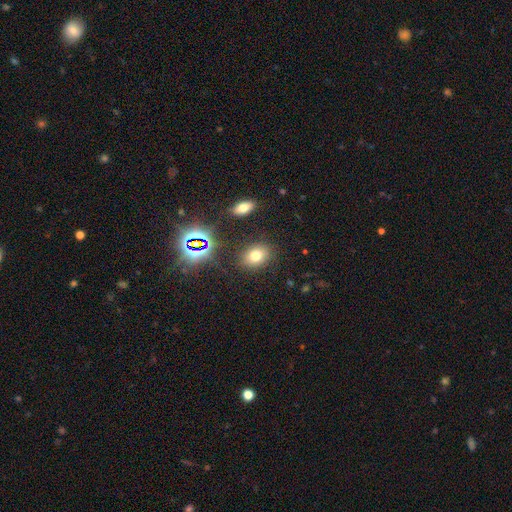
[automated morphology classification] type=smooth (69%); roundness=in between (62%); merging=none (85%).